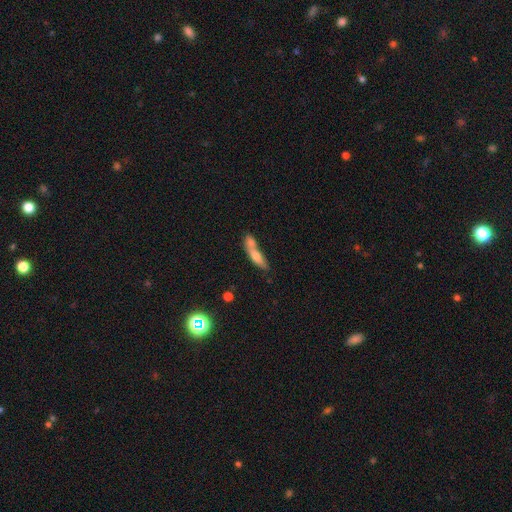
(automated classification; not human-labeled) The model was most divided on "merging": merger: 52%, none: 28%, minor disturbance: 13%, major disturbance: 7%. More confident: smooth or featured — smooth (65%); how rounded — cigar-shaped (62%).